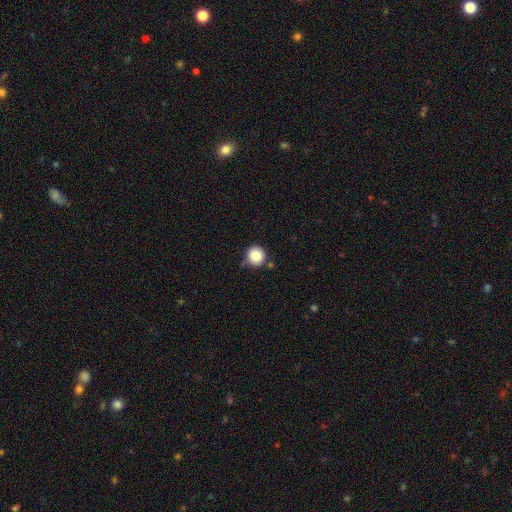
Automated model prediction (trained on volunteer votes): Smooth or featured: smooth — 85% (star or artifact — 10%)
How rounded: round — 91% (in between — 8%)
Merging: none — 79% (minor disturbance — 13%)